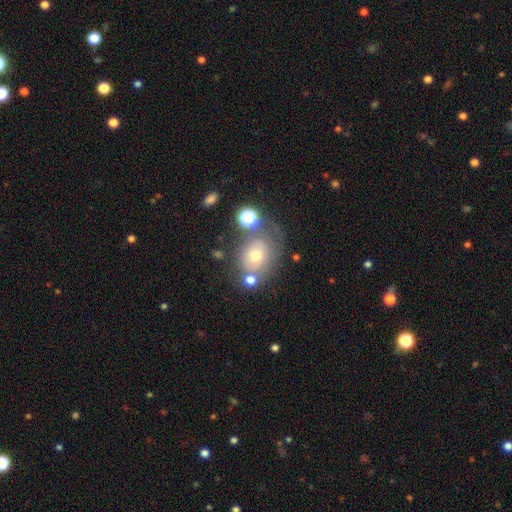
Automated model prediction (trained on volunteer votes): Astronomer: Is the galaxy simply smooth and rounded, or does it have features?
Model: smooth — 54% (runner-up: featured or disk, 31%).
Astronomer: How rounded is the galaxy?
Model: round — 51% (runner-up: in between, 48%).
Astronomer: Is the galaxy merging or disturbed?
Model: none — 57%.